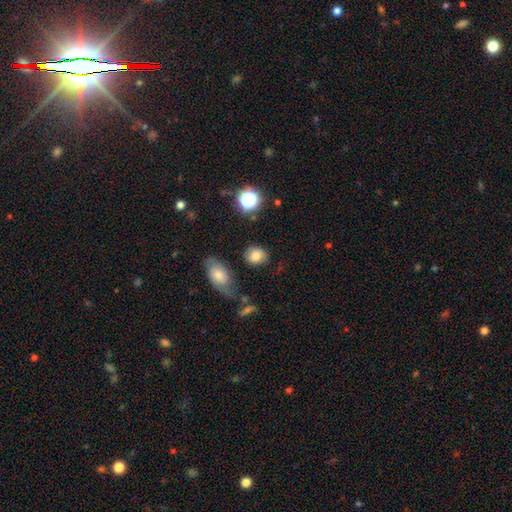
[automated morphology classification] type=smooth (78%); roundness=round (57%); merging=none (74%).